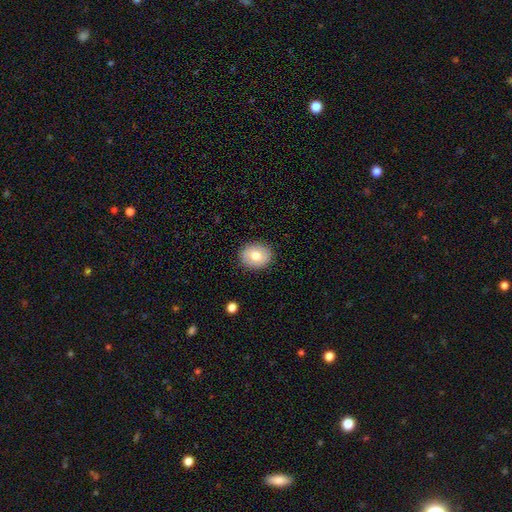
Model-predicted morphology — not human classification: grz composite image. It shows a smooth galaxy with no disk features (72%) that is round (56%). Merging: none (89%).